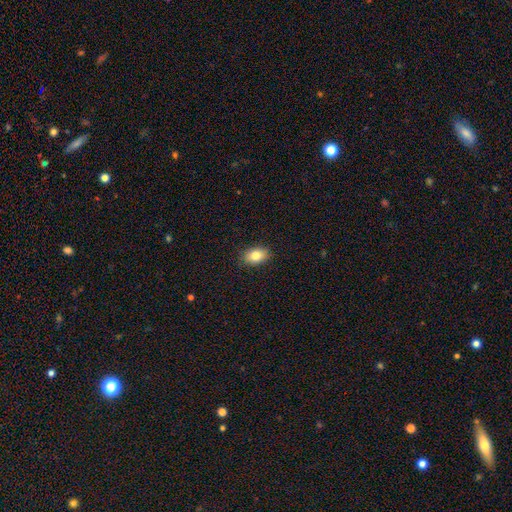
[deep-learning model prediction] Smooth or featured? smooth (82%)
How rounded? in between (84%)
Merging? none (88%)